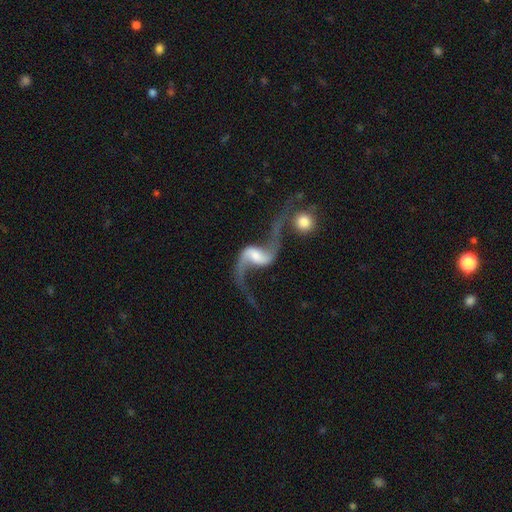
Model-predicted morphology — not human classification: The model was most divided on "bulge size": moderate: 37%, small: 28%, large: 17%, none: 15%, dominant: 4%. Remaining: edge-on disk — no (97%); spiral arms — yes (97%); spiral arm count — 2 (94%); spiral winding — loose (92%); smooth or featured — featured or disk (90%); merging — none (48%); bar — weak (44%).